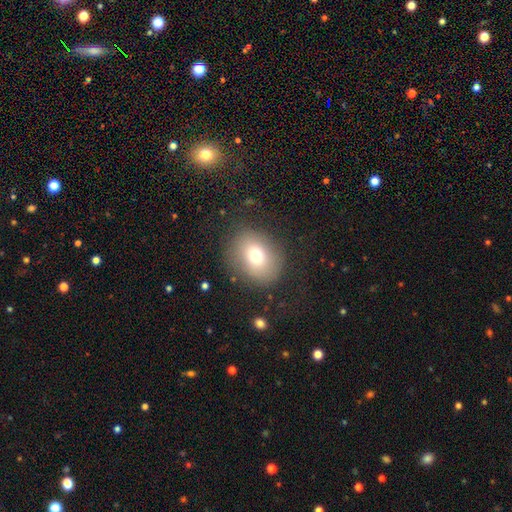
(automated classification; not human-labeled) Smooth or featured: smooth — 73% (featured or disk — 14%)
How rounded: round — 58% (in between — 41%)
Merging: none — 82% (minor disturbance — 11%)